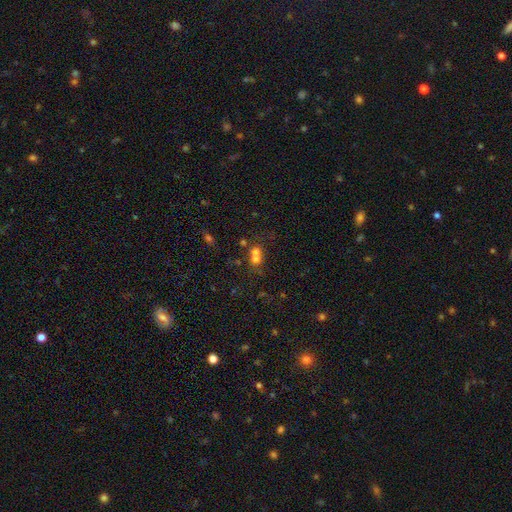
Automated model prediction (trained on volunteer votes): This appears to be a smooth galaxy with no disk features (64%) that is round (74%). Merging: merger (64%).